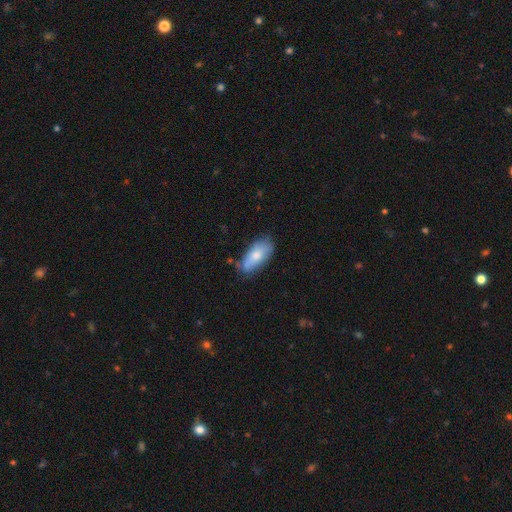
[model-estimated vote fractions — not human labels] The model was most divided on "merging": none: 63%, minor disturbance: 27%, major disturbance: 6%, merger: 5%. More confident: how rounded — in between (88%); smooth or featured — smooth (75%).